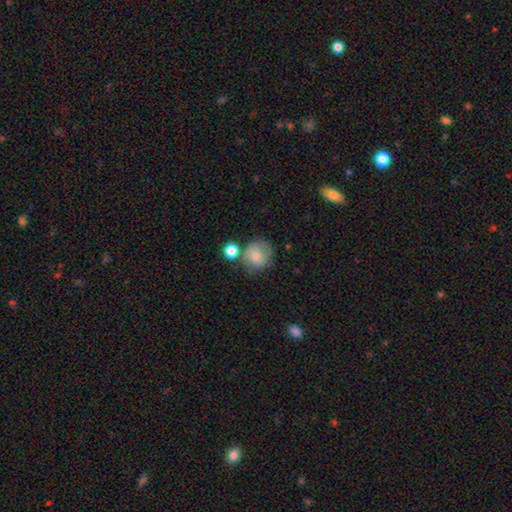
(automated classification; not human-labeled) Morphology: type=smooth (71%); roundness=round (79%); merging=none (53%).